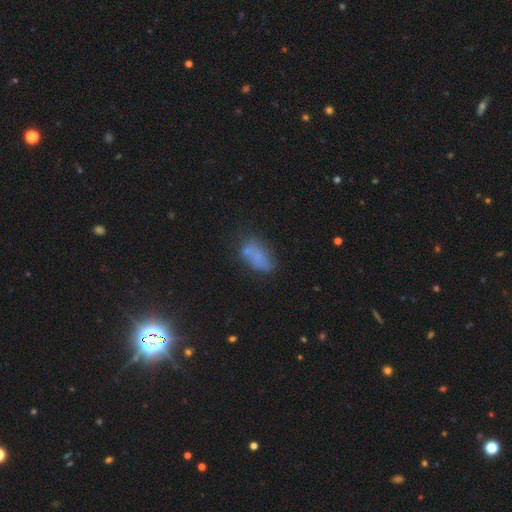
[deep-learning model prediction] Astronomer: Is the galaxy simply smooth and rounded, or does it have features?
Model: smooth — 60%.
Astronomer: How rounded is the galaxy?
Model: in between — 84%.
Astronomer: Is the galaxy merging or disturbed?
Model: none — 51%.